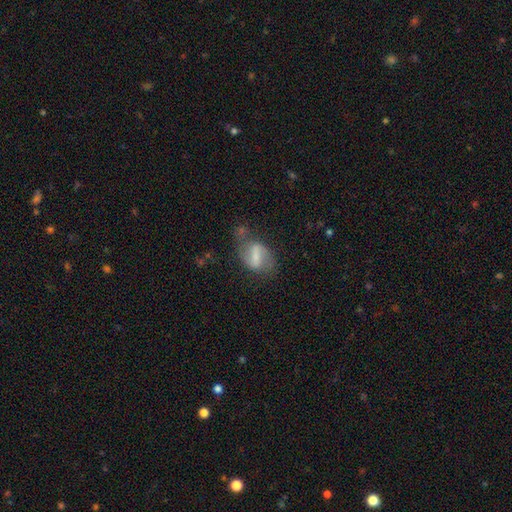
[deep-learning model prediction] The model was most divided on "bulge size": small: 44%, moderate: 28%, none: 20%, large: 6%, dominant: 2%. More confident: edge-on disk — no (96%); spiral arms — yes (77%); smooth or featured — featured or disk (60%); bar — strong (52%); merging — none (50%).